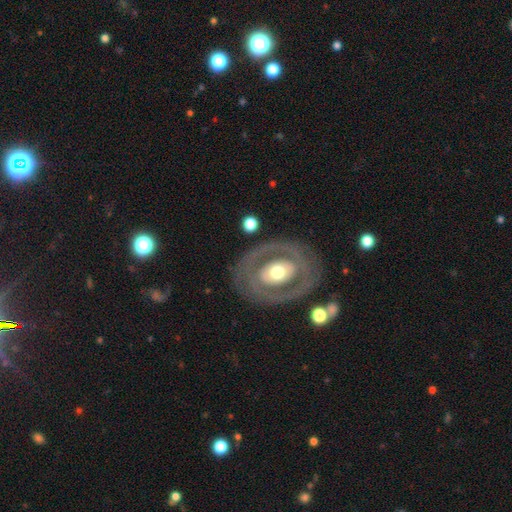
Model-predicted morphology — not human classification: Smooth or featured? featured or disk (76%)
Edge-on disk? no (94%)
Bar? no (41%)
Spiral arms? no (51%)
Bulge size? moderate (66%)
Merging? none (77%)